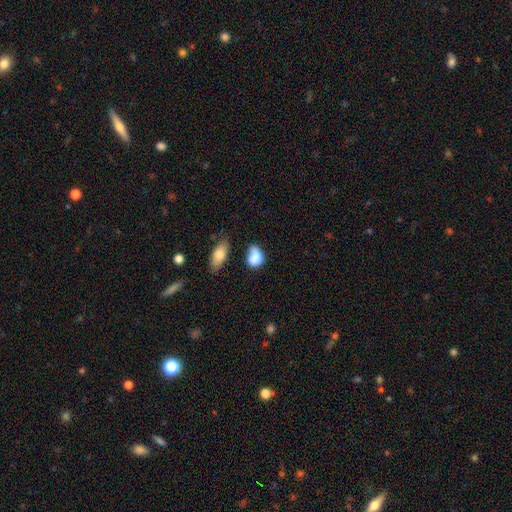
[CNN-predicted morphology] Q: Smooth or featured?
A: smooth (80%); runner-up: featured or disk (11%)
Q: How rounded?
A: in between (65%); runner-up: round (33%)
Q: Merging?
A: none (37%); runner-up: minor disturbance (29%)